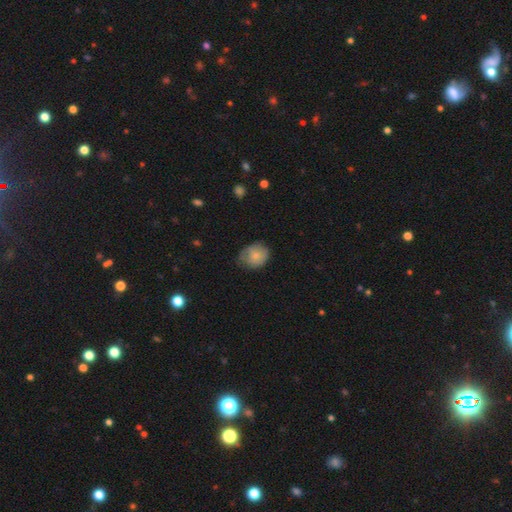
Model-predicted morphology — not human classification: smooth_or_featured: smooth (p=0.77) [alt: featured or disk p=0.16]
how_rounded: round (p=0.61) [alt: in between p=0.38]
merging: none (p=0.58) [alt: minor disturbance p=0.32]